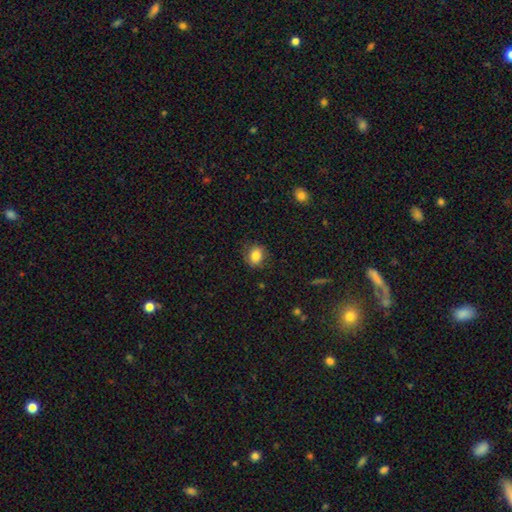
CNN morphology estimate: smooth-or-featured: smooth: 83% | star or artifact: 10% | featured or disk: 7%
  how-rounded: round: 59% | in between: 40% | cigar-shaped: 1%
  merging: none: 82% | minor disturbance: 14% | major disturbance: 3% | merger: 1%